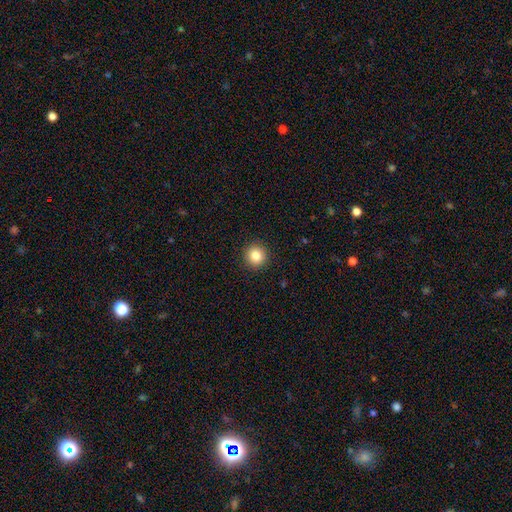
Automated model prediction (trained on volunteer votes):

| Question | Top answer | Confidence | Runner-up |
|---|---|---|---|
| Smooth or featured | smooth | 84% | star or artifact (10%) |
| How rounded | round | 94% | in between (5%) |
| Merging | none | 92% | minor disturbance (5%) |